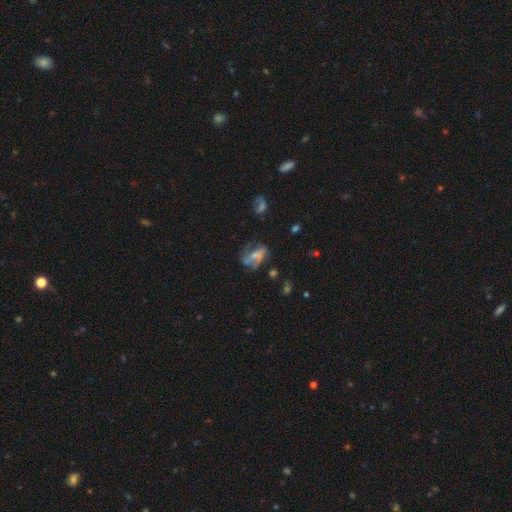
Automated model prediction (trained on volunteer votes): Smooth or featured: featured or disk — 54% (smooth — 36%)
Edge-on disk: no — 94% (yes — 6%)
Bar: no — 47% (weak — 33%)
Spiral arms: yes — 59% (no — 41%)
Bulge size: small — 44% (moderate — 35%)
Merging: none — 44% (major disturbance — 26%)